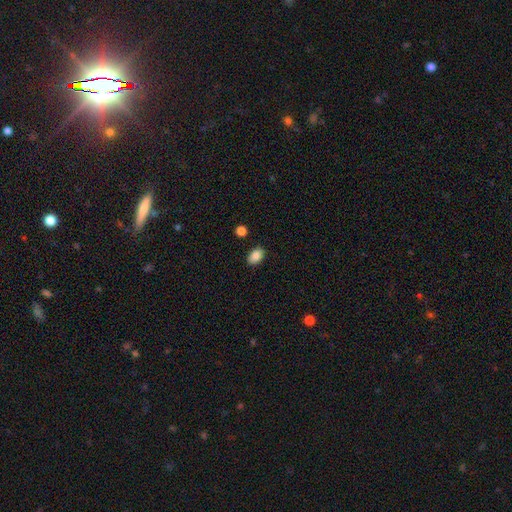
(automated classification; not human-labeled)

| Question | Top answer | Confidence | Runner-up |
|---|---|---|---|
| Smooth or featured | smooth | 87% | star or artifact (8%) |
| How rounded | in between | 85% | round (14%) |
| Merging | none | 87% | minor disturbance (9%) |